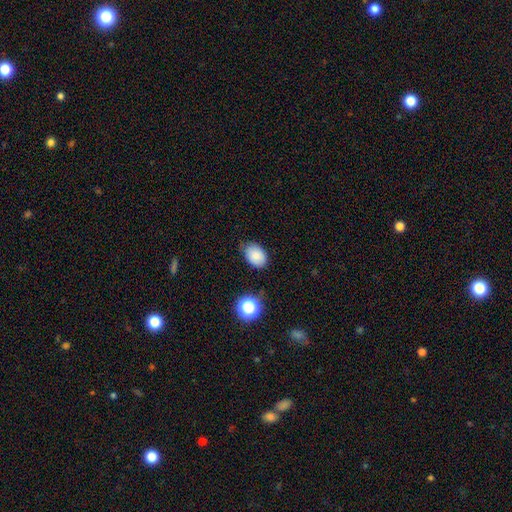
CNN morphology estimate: A smooth galaxy with no disk features (82%) that is in between round and cigar-shaped (78%).

Vote fractions:
- Smooth or featured? smooth: 82% / star or artifact: 10% / featured or disk: 9%
- How rounded? in between: 78% / round: 21% / cigar-shaped: 1%
- Merging? none: 71% / minor disturbance: 23% / major disturbance: 4% / merger: 2%